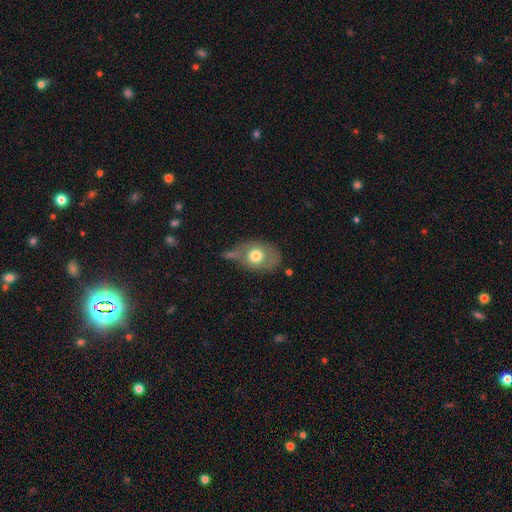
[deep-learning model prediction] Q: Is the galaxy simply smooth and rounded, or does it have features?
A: smooth — 63%.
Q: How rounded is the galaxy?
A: in between — 69%.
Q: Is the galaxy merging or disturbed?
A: none — 43%.